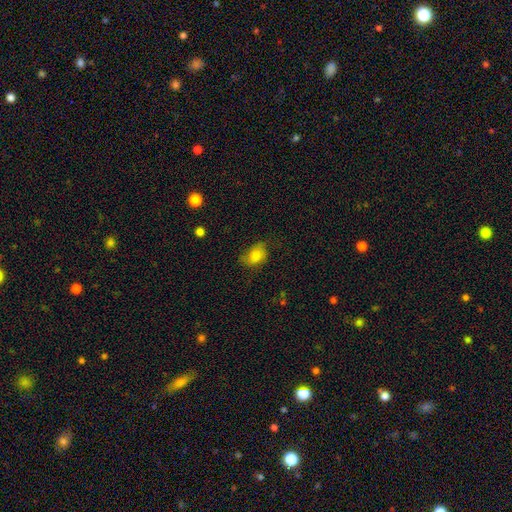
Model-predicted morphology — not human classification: Smooth or featured? smooth (75%)
How rounded? in between (72%)
Merging? none (58%)